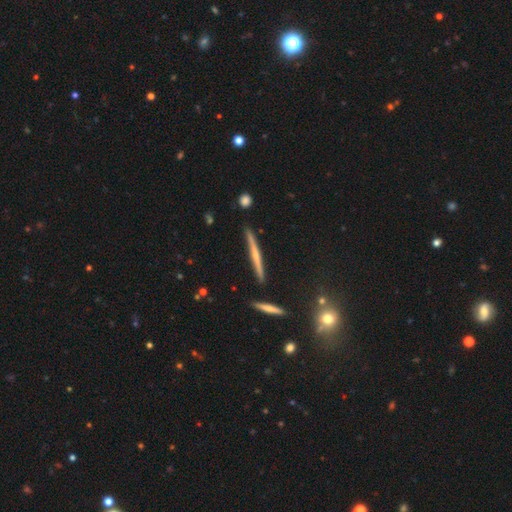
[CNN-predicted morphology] Smooth or featured? Predicted: featured or disk (p=0.61). Edge-on disk? Predicted: yes (p=0.97). Edge-on bulge? Predicted: rounded (p=0.47). Merging? Predicted: none (p=0.89).